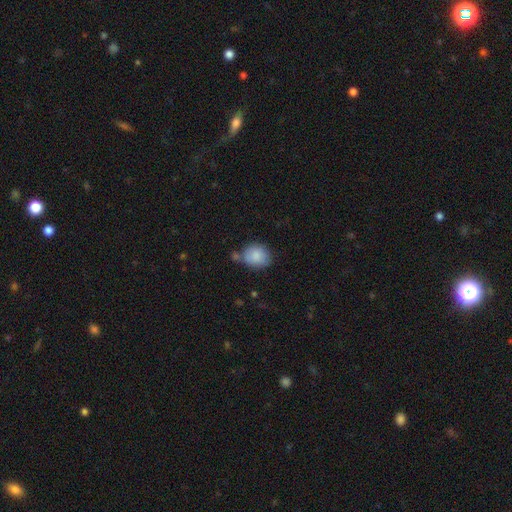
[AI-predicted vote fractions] Q: Smooth or featured?
A: smooth (84%); runner-up: featured or disk (8%)
Q: How rounded?
A: round (60%); runner-up: in between (39%)
Q: Merging?
A: none (54%); runner-up: minor disturbance (23%)